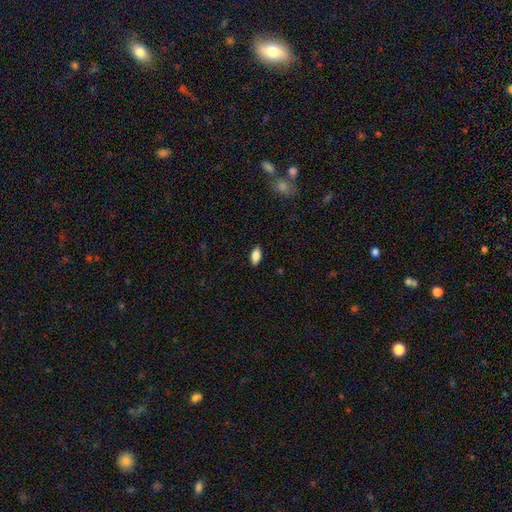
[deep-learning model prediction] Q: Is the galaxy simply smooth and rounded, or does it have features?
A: smooth — 86%.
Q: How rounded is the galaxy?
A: in between — 89%.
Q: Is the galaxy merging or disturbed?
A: none — 88%.